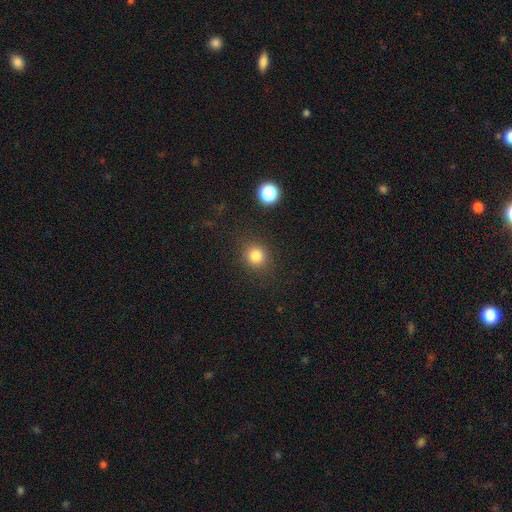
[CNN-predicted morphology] Smooth or featured?
  - smooth: 82% *
  - star or artifact: 13%
  - featured or disk: 5%
How rounded?
  - round: 86% *
  - in between: 13%
  - cigar-shaped: 1%
Merging?
  - none: 85% *
  - minor disturbance: 9%
  - major disturbance: 4%
  - merger: 2%